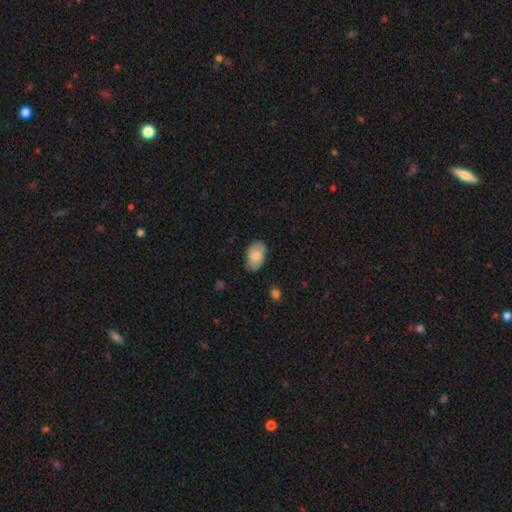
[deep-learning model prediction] Smooth or featured? Predicted: smooth (p=0.79). How rounded? Predicted: in between (p=0.92). Merging? Predicted: none (p=0.77).